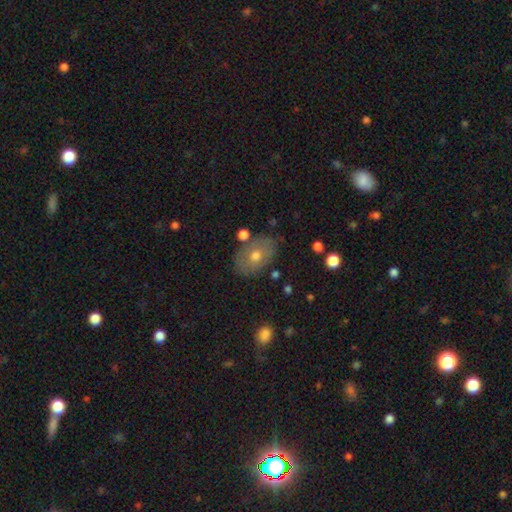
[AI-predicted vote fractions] Smooth or featured: smooth — 61% (featured or disk — 30%)
How rounded: in between — 81% (round — 17%)
Merging: none — 78% (minor disturbance — 14%)